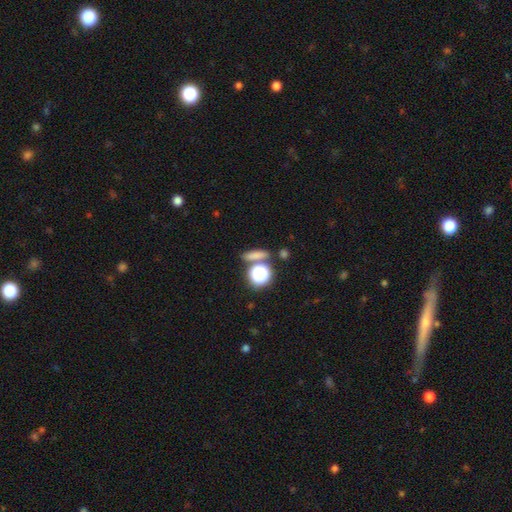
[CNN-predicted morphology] smooth 68%, star or artifact 21%, featured or disk 11%. Down the decision tree: how rounded — cigar-shaped (41%); merging — none (75%).